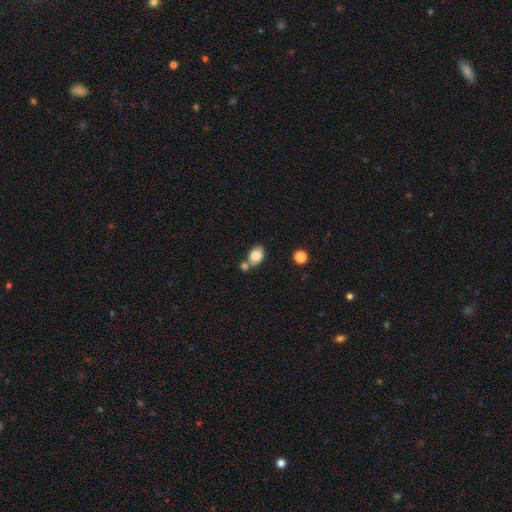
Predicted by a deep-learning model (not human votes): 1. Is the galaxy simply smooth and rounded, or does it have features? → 82% smooth, 10% featured or disk, 8% star or artifact.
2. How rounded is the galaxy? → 76% in between, 23% round, 1% cigar-shaped.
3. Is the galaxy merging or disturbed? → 53% none, 27% merger, 16% minor disturbance, 4% major disturbance.